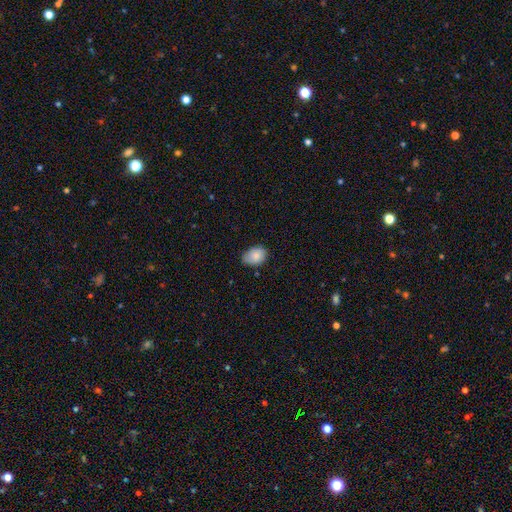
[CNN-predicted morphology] A smooth galaxy with no disk features (85%) that is in between round and cigar-shaped (77%).

Vote fractions:
- Smooth or featured? smooth: 85% / star or artifact: 7% / featured or disk: 7%
- How rounded? in between: 77% / round: 22% / cigar-shaped: 1%
- Merging? none: 67% / minor disturbance: 28% / major disturbance: 4% / merger: 1%